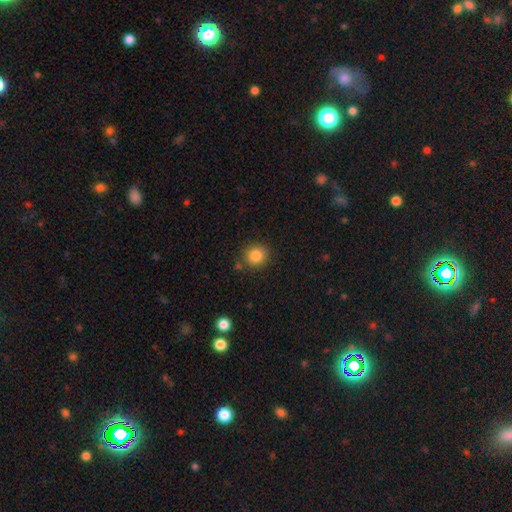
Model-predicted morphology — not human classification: Smooth or featured?
  - smooth: 85% *
  - star or artifact: 10%
  - featured or disk: 5%
How rounded?
  - round: 87% *
  - in between: 12%
  - cigar-shaped: 1%
Merging?
  - none: 84% *
  - minor disturbance: 10%
  - merger: 4%
  - major disturbance: 3%